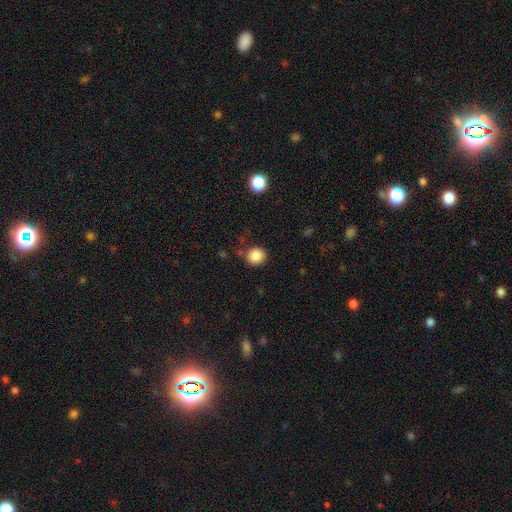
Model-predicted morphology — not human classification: type=smooth (86%); roundness=round (87%); merging=none (83%).